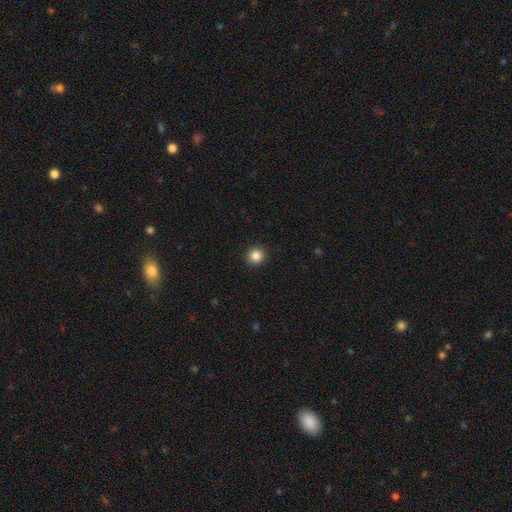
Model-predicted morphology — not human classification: Smooth or featured? smooth (85%)
How rounded? round (93%)
Merging? none (93%)